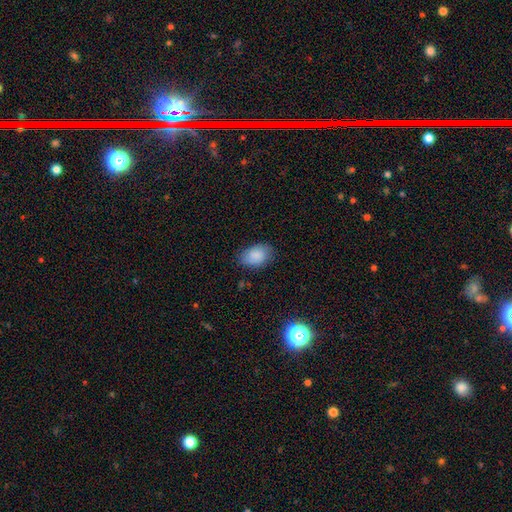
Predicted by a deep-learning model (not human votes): This appears to be a smooth galaxy with no disk features (86%) that is in between round and cigar-shaped (87%). Merging: none (78%).